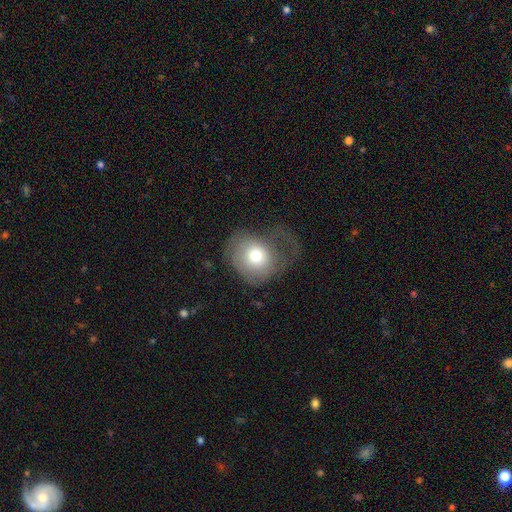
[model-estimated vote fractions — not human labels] Smooth or featured? smooth (66%)
How rounded? round (62%)
Merging? major disturbance (43%)